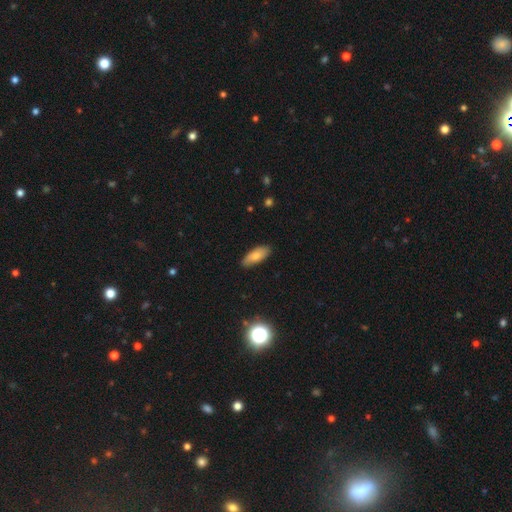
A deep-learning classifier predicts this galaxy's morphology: Smooth or featured? Predicted: smooth (p=0.78). How rounded? Predicted: in between (p=0.75). Merging? Predicted: none (p=0.85).